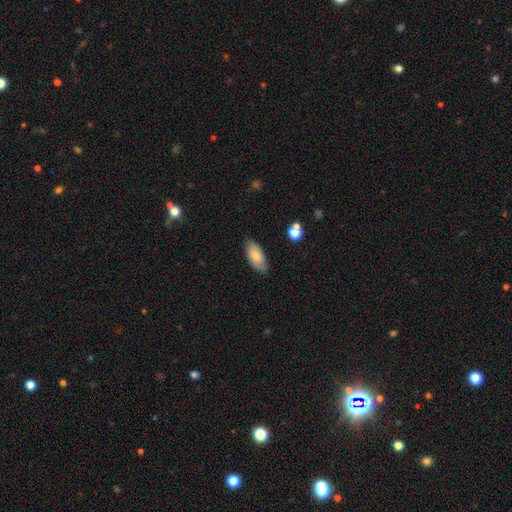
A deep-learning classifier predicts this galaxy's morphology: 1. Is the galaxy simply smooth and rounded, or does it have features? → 71% smooth, 22% featured or disk, 7% star or artifact.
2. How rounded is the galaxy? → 90% in between, 7% cigar-shaped, 3% round.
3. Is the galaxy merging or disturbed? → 78% none, 17% minor disturbance, 3% major disturbance, 2% merger.